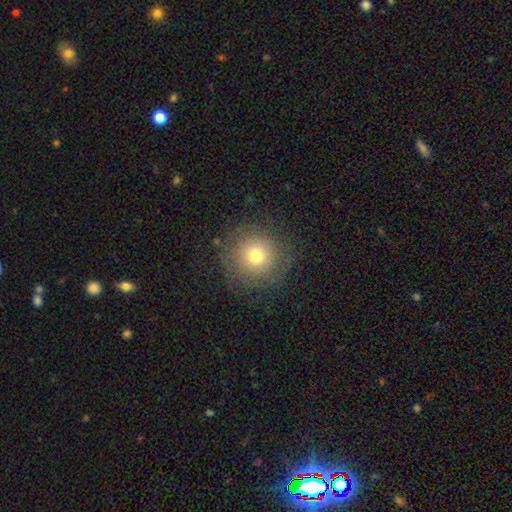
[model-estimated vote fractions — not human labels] smooth-or-featured: smooth: 65% | featured or disk: 22% | star or artifact: 13%
  how-rounded: round: 95% | in between: 4% | cigar-shaped: 1%
  merging: none: 82% | minor disturbance: 11% | major disturbance: 6% | merger: 1%